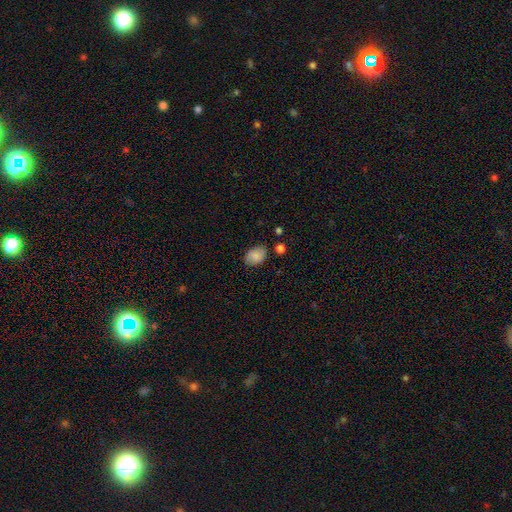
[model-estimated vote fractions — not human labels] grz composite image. It shows a smooth galaxy with no disk features (86%) that is in between round and cigar-shaped (81%). Merging: none (78%).